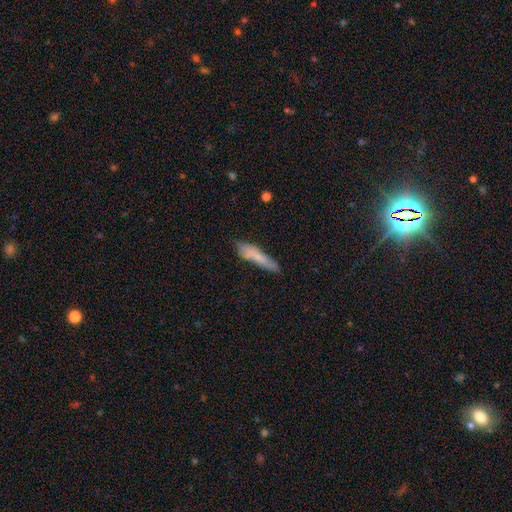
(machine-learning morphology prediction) A smooth galaxy with no disk features (71%) that is cigar-shaped (82%). Merging: none (69%).